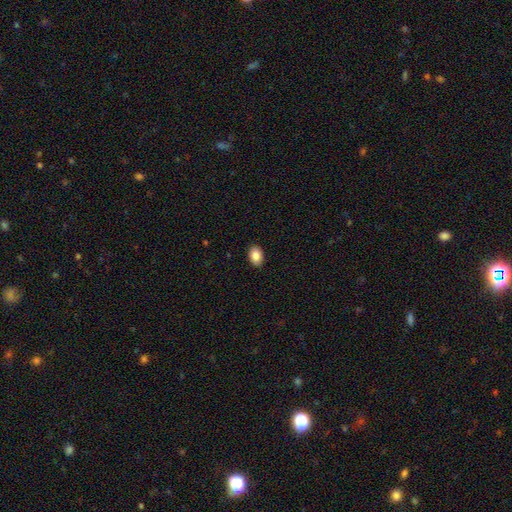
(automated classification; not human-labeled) Morphology: type=smooth (87%); roundness=in between (84%); merging=none (90%).